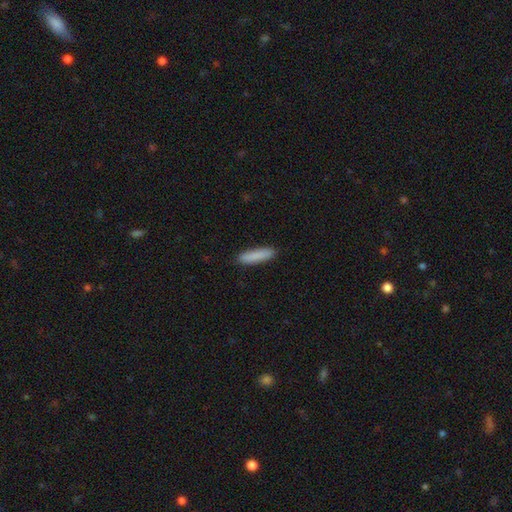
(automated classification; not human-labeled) The model was most divided on "how rounded": cigar-shaped: 82%, in between: 17%, round: 1%. More confident: merging — none (90%); smooth or featured — smooth (87%).